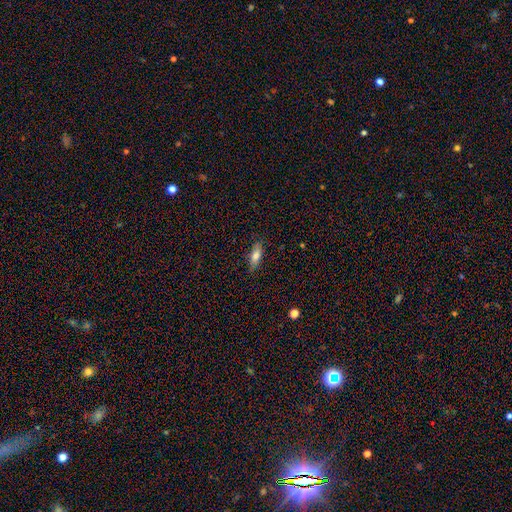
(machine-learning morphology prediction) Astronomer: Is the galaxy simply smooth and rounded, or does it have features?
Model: smooth — 73%.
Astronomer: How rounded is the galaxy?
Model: in between — 61% (runner-up: cigar-shaped, 36%).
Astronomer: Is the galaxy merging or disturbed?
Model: none — 84%.